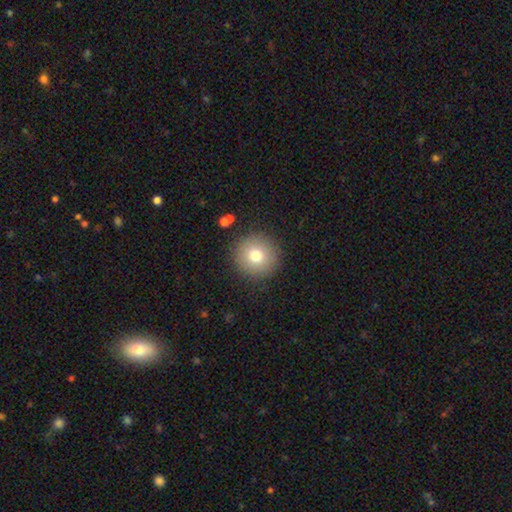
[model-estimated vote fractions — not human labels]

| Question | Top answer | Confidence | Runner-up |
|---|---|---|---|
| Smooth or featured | smooth | 77% | featured or disk (13%) |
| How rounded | round | 96% | in between (3%) |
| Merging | none | 89% | minor disturbance (7%) |